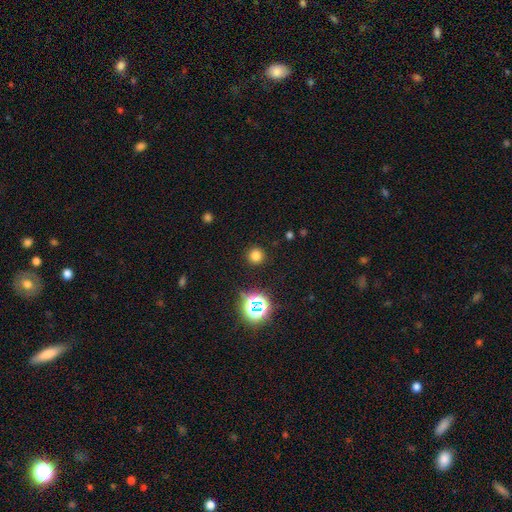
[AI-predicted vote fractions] This appears to be a smooth galaxy with no disk features (73%) that is round (95%). Merging: none (91%).